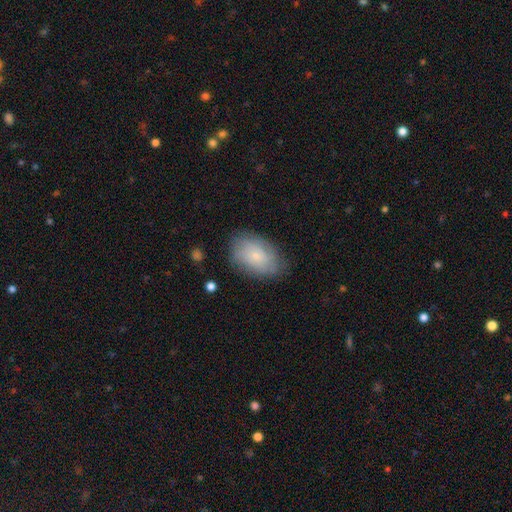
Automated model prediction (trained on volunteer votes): smooth-or-featured: smooth: 68% | featured or disk: 25% | star or artifact: 7%
  how-rounded: in between: 89% | round: 10% | cigar-shaped: 1%
  merging: none: 76% | minor disturbance: 18% | major disturbance: 5% | merger: 1%